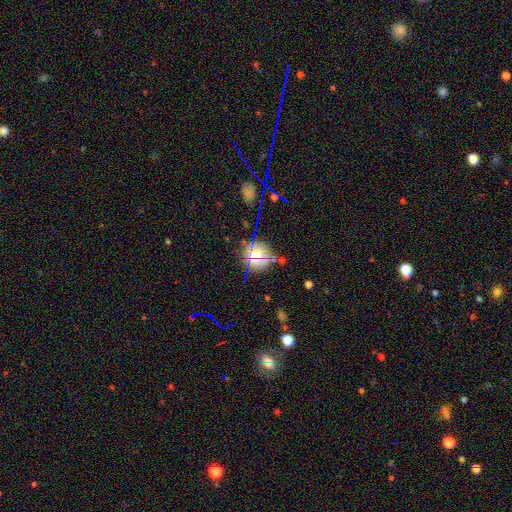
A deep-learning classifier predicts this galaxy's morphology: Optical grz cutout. It shows a smooth galaxy with no disk features (50%) that is round (81%). Merging: none (79%).